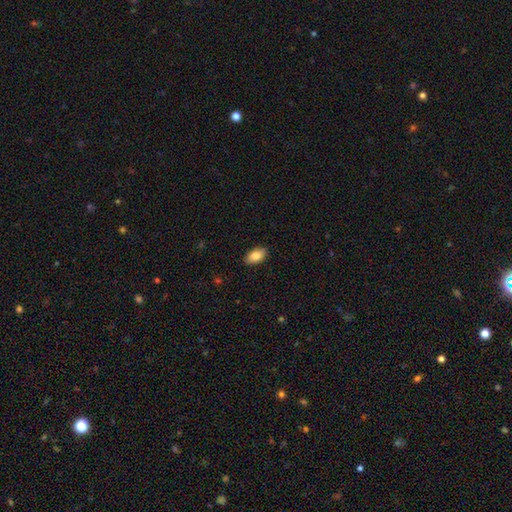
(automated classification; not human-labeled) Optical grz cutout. It shows a smooth galaxy with no disk features (85%) that is in between round and cigar-shaped (93%). Merging: none (89%).